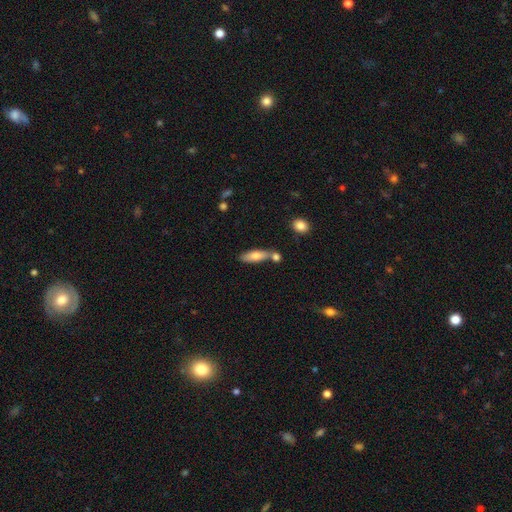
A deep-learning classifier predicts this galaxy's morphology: smooth 73%, featured or disk 21%, star or artifact 7%. Down the decision tree: how rounded — in between (54%); merging — none (58%).